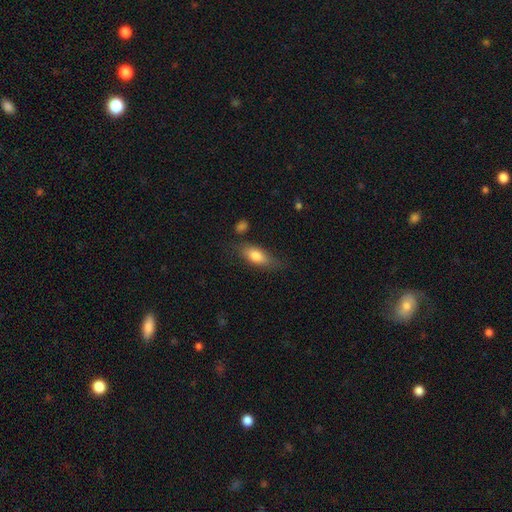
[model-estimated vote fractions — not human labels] smooth-or-featured: smooth: 76% | featured or disk: 17% | star or artifact: 6%
  how-rounded: in between: 74% | cigar-shaped: 22% | round: 4%
  merging: none: 67% | minor disturbance: 22% | major disturbance: 7% | merger: 4%